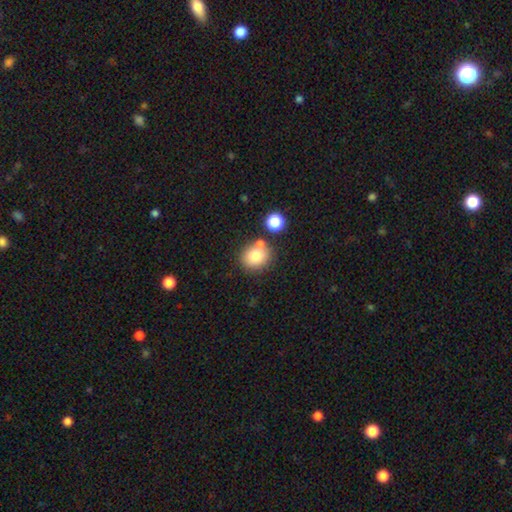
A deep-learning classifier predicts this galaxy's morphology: Q: Smooth or featured?
A: smooth (77%); runner-up: featured or disk (12%)
Q: How rounded?
A: round (77%); runner-up: in between (23%)
Q: Merging?
A: none (68%); runner-up: merger (19%)